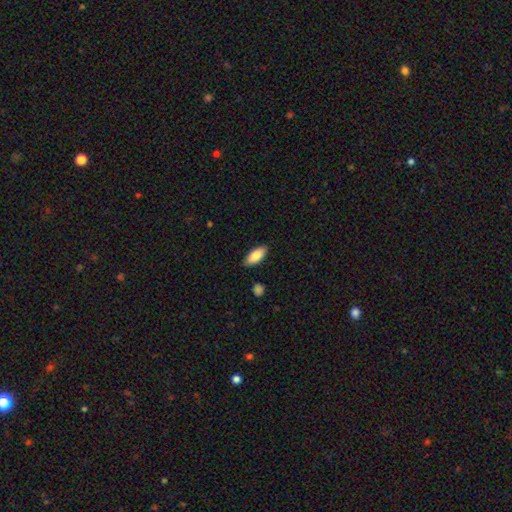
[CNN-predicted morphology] A smooth galaxy with no disk features (85%) that is in between round and cigar-shaped (85%).

Vote fractions:
- Smooth or featured? smooth: 85% / featured or disk: 9% / star or artifact: 6%
- How rounded? in between: 85% / cigar-shaped: 13% / round: 2%
- Merging? none: 87% / minor disturbance: 10% / major disturbance: 2% / merger: 1%